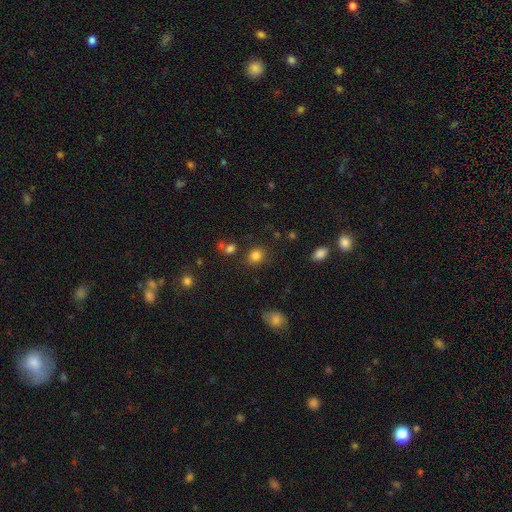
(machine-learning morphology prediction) smooth_or_featured: smooth (p=0.83) [alt: star or artifact p=0.12]
how_rounded: round (p=0.72) [alt: in between p=0.27]
merging: none (p=0.80) [alt: minor disturbance p=0.10]